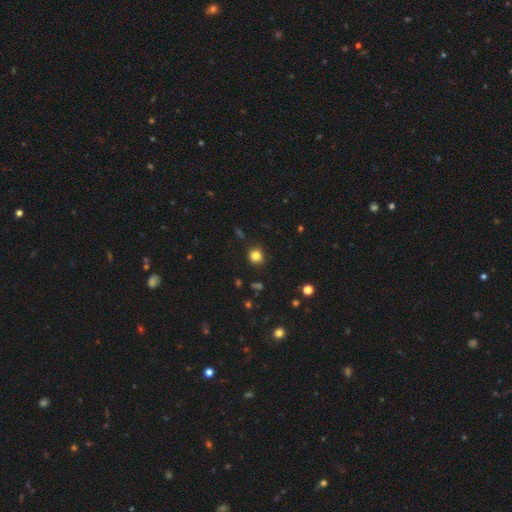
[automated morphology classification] A smooth galaxy with no disk features (82%) that is round (88%).

Vote fractions:
- Smooth or featured? smooth: 82% / star or artifact: 13% / featured or disk: 5%
- How rounded? round: 88% / in between: 11% / cigar-shaped: 1%
- Merging? none: 90% / minor disturbance: 7% / major disturbance: 2% / merger: 1%